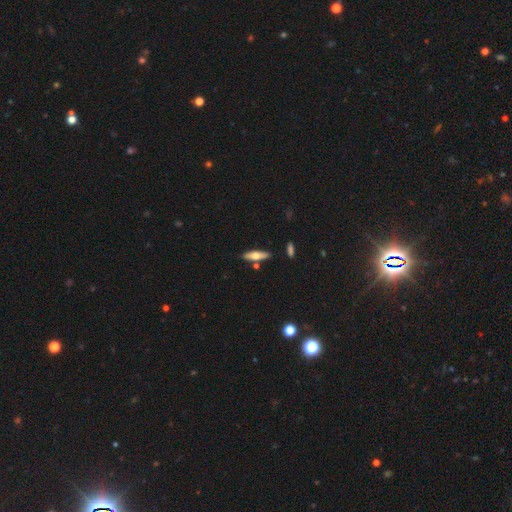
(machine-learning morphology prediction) The model was most divided on "smooth or featured": smooth: 54%, featured or disk: 40%, star or artifact: 6%. More confident: merging — none (81%); how rounded — cigar-shaped (62%).